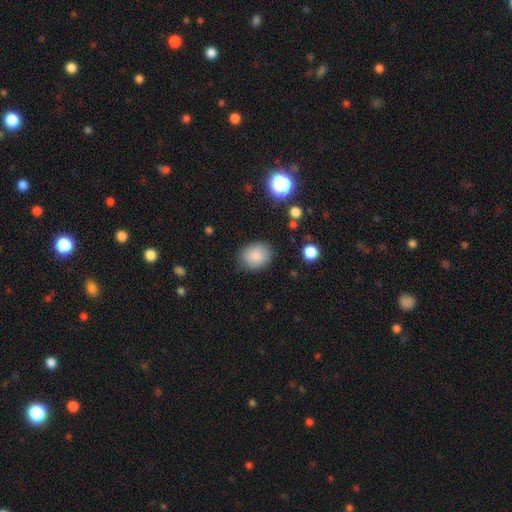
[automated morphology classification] A smooth galaxy with no disk features (85%) that is in between round and cigar-shaped (51%).

Vote fractions:
- Smooth or featured? smooth: 85% / star or artifact: 9% / featured or disk: 6%
- How rounded? in between: 51% / round: 48% / cigar-shaped: 1%
- Merging? none: 82% / minor disturbance: 13% / major disturbance: 3% / merger: 1%